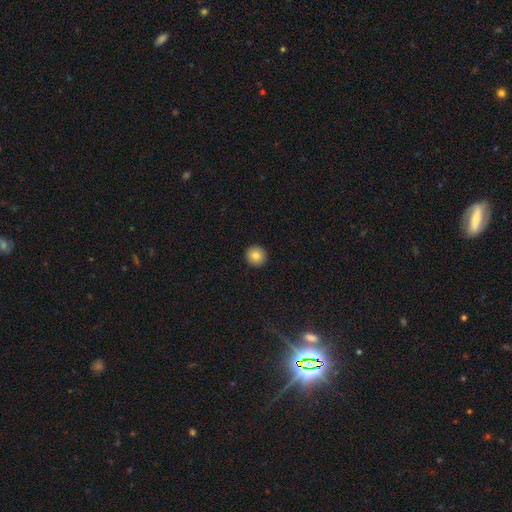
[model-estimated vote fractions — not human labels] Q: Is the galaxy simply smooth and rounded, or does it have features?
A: smooth — 84%.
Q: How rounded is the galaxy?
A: round — 95%.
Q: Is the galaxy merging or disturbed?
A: none — 94%.